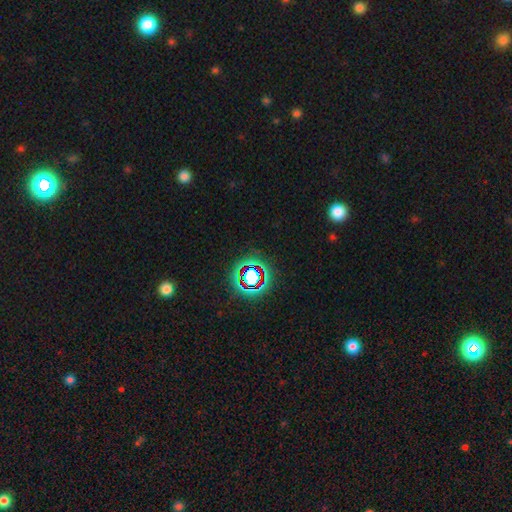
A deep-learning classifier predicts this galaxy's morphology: type=star or artifact (69%).